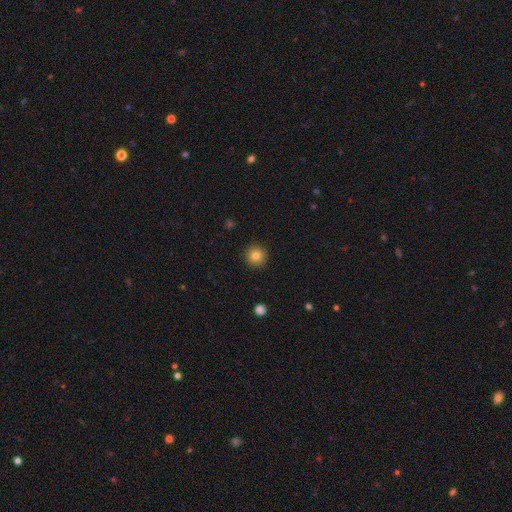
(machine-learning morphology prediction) smooth-or-featured: smooth: 81% | star or artifact: 11% | featured or disk: 8%
  how-rounded: round: 96% | in between: 3% | cigar-shaped: 1%
  merging: none: 92% | minor disturbance: 5% | major disturbance: 2% | merger: 1%